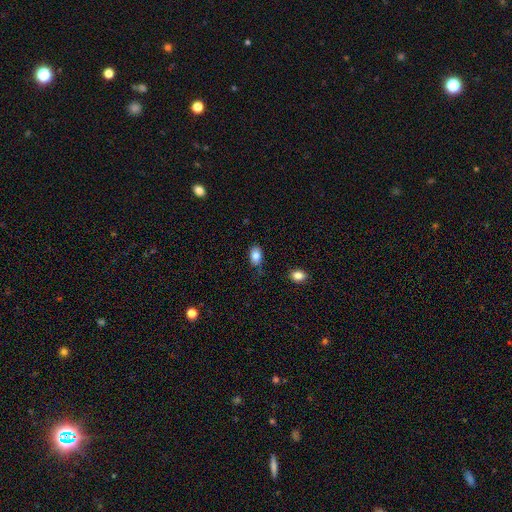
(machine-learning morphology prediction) The model was most divided on "merging": none: 75%, minor disturbance: 19%, major disturbance: 4%, merger: 2%. More confident: how rounded — in between (88%); smooth or featured — smooth (85%).